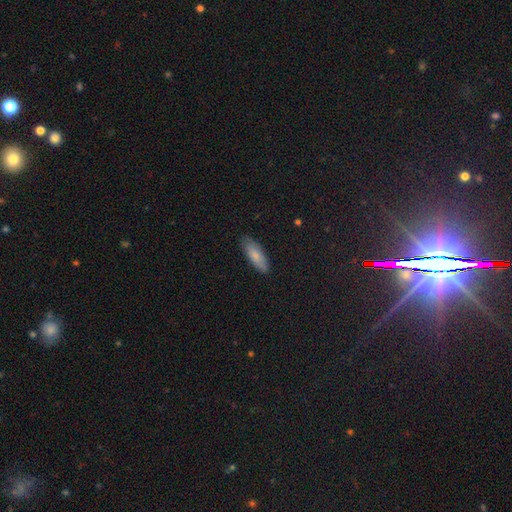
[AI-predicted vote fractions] Morphology: type=smooth (78%); roundness=in between (62%); merging=none (85%).